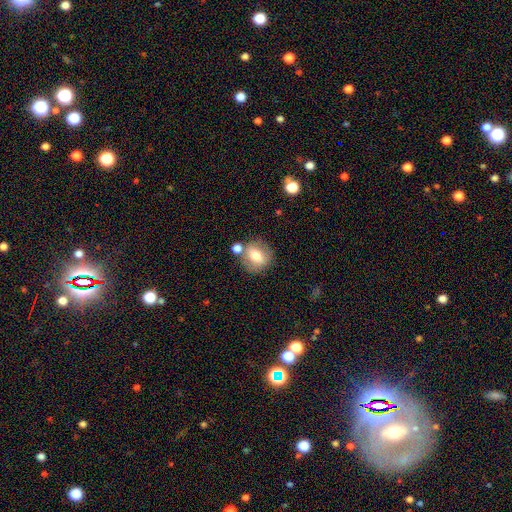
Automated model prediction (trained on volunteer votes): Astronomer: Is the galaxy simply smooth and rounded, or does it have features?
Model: smooth — 67%.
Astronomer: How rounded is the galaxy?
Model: round — 70%.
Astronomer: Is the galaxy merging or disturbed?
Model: none — 67%.